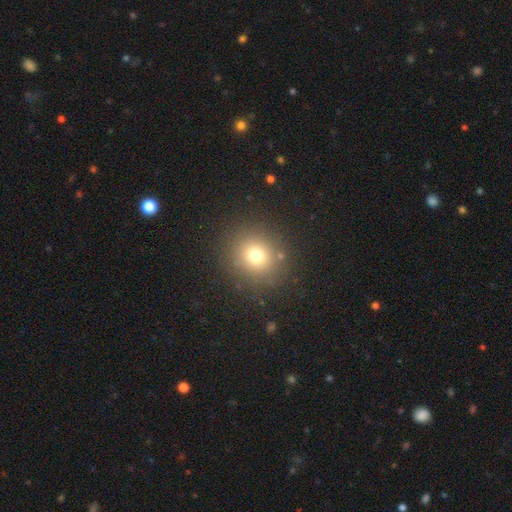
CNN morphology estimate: Overall: smooth (72%). How rounded: round (90%). Merging: none (87%).